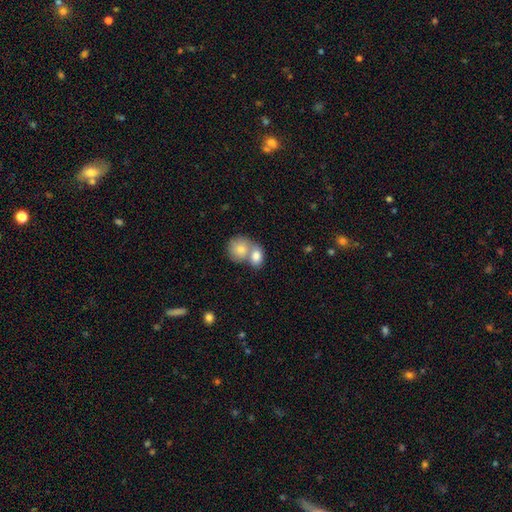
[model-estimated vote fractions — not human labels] Smooth or featured?
  - smooth: 80% *
  - featured or disk: 13%
  - star or artifact: 7%
How rounded?
  - in between: 62% *
  - round: 36%
  - cigar-shaped: 2%
Merging?
  - merger: 66% *
  - none: 25%
  - minor disturbance: 7%
  - major disturbance: 3%